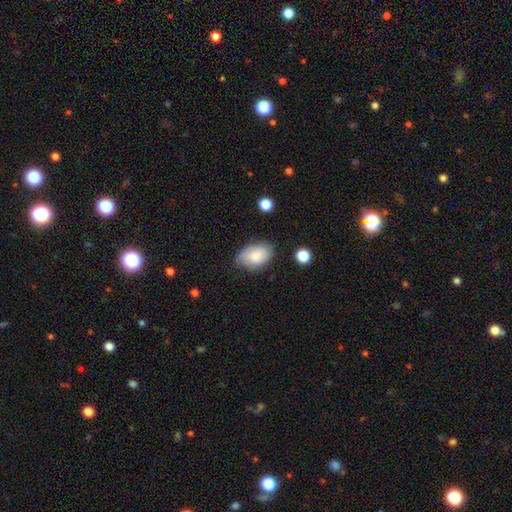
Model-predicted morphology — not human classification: smooth_or_featured: smooth (p=0.75) [alt: featured or disk p=0.17]
how_rounded: in between (p=0.88) [alt: round p=0.11]
merging: none (p=0.62) [alt: minor disturbance p=0.30]